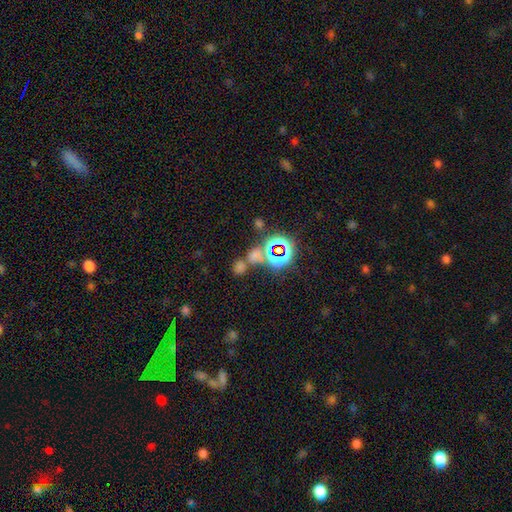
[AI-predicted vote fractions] This appears to be a star or artifact, not a galaxy (49%).